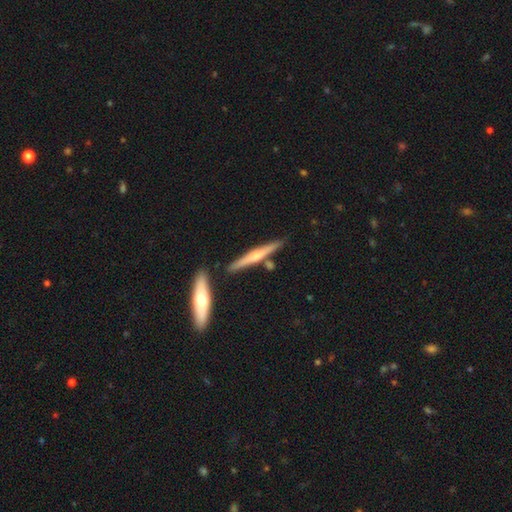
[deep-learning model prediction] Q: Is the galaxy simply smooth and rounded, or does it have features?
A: featured or disk — 56%.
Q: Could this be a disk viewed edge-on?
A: yes — 97%.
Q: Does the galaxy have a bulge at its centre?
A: rounded — 71%.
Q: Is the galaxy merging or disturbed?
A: none — 80%.